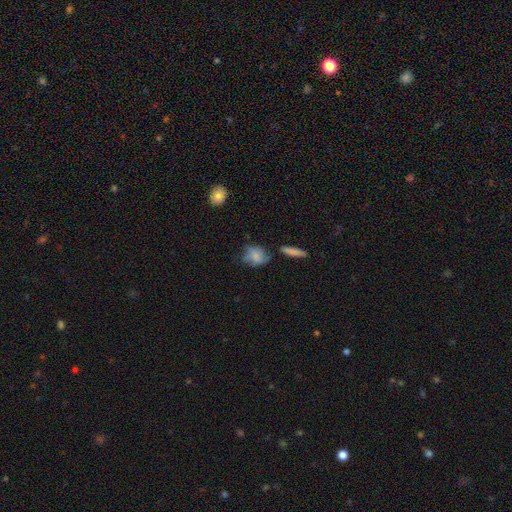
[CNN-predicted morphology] Overall: smooth (65%; featured or disk 27%). How rounded: in between (56%; round 40%). Merging: none (50%; minor disturbance 28%).